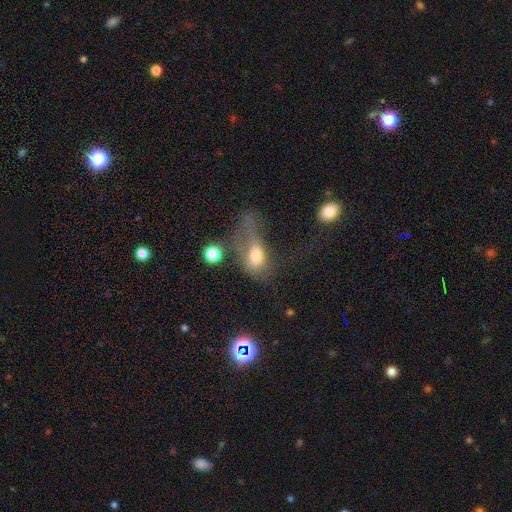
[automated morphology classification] This appears to be a smooth galaxy with no disk features (63%) that is in between round and cigar-shaped (78%). Merging: major disturbance (56%).